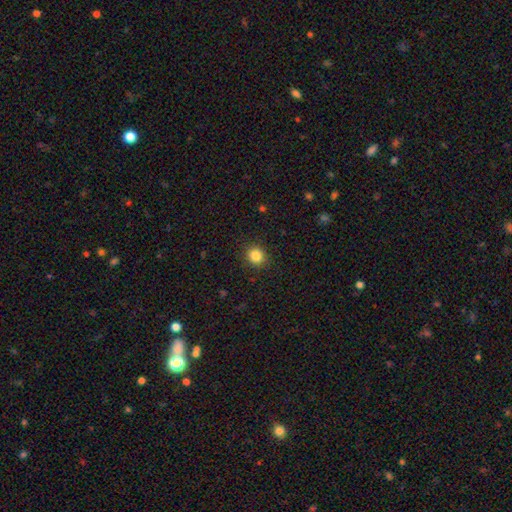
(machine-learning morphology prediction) smooth-or-featured: smooth: 85% | star or artifact: 11% | featured or disk: 4%
  how-rounded: round: 82% | in between: 17% | cigar-shaped: 1%
  merging: none: 90% | minor disturbance: 7% | major disturbance: 2% | merger: 1%